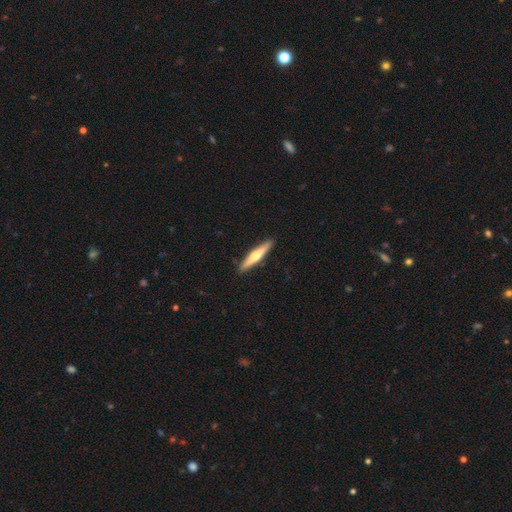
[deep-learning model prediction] A featured or disk galaxy (48%). Merging: none (91%).